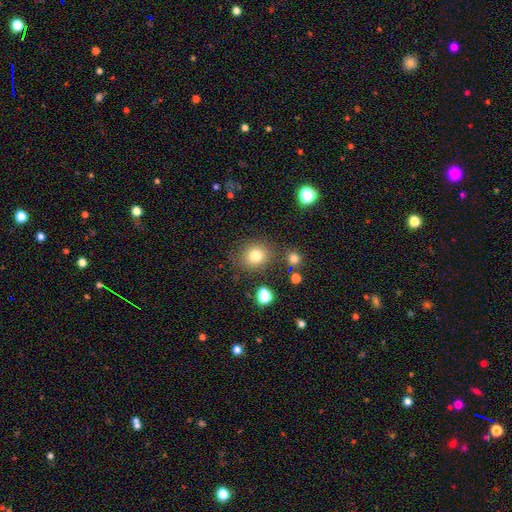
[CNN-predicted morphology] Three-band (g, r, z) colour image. It shows a smooth galaxy with no disk features (79%) that is round (80%). Merging: none (80%).